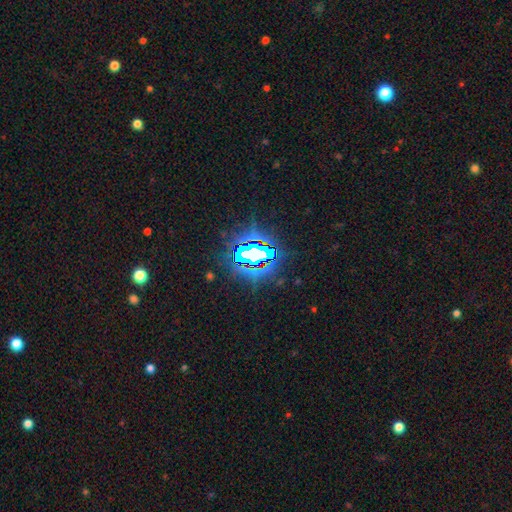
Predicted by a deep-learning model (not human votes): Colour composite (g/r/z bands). It shows a star or artifact, not a galaxy (80%).